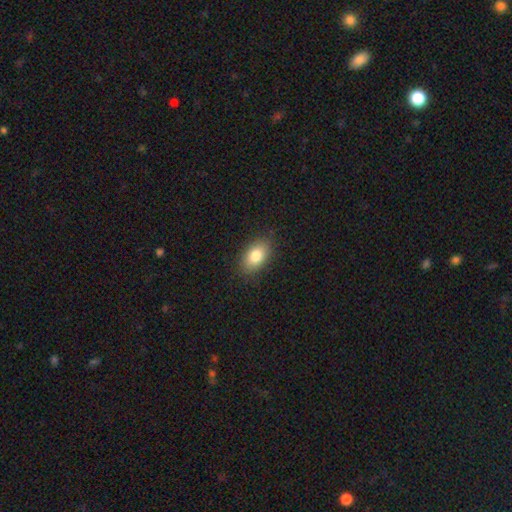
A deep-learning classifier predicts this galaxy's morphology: Smooth or featured? smooth (82%)
How rounded? in between (90%)
Merging? none (86%)